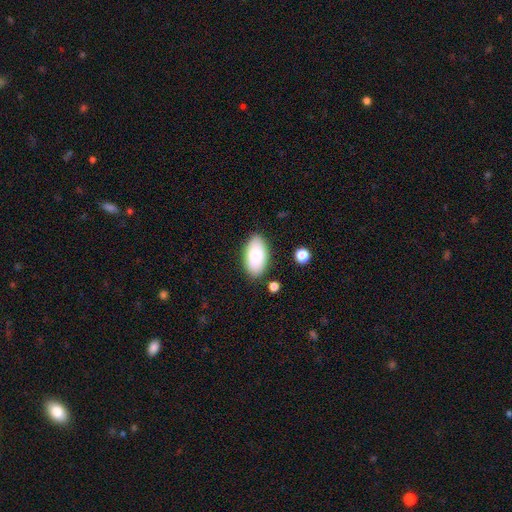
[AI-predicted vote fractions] This is likely a smooth galaxy (78%). How rounded: clearly in between (95%). Merging: clearly none (82%).